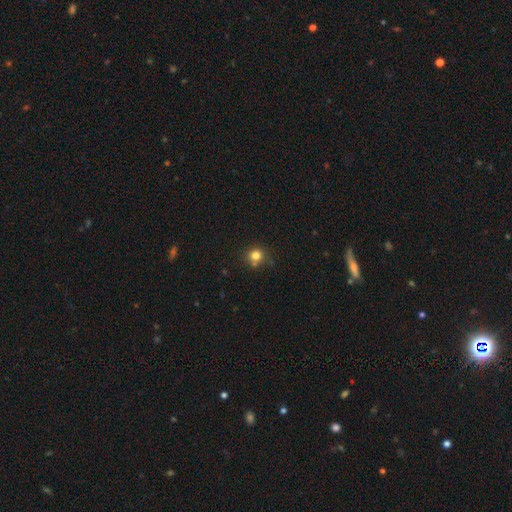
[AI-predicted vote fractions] Smooth or featured?
  - smooth: 80% *
  - star or artifact: 13%
  - featured or disk: 7%
How rounded?
  - round: 87% *
  - in between: 12%
  - cigar-shaped: 1%
Merging?
  - none: 72% *
  - minor disturbance: 15%
  - merger: 9%
  - major disturbance: 4%